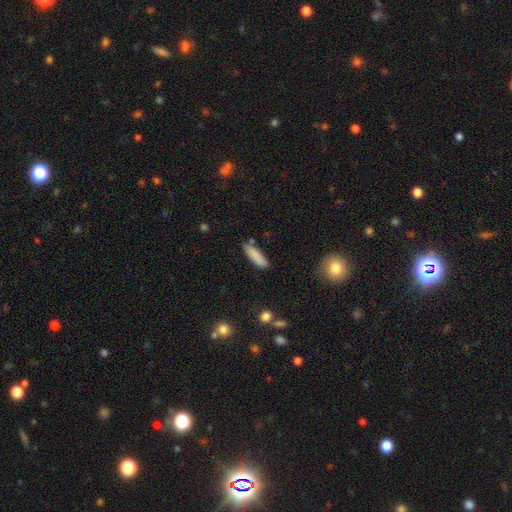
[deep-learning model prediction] smooth 85%, featured or disk 8%, star or artifact 7%. Down the decision tree: how rounded — cigar-shaped (55%); merging — none (77%).